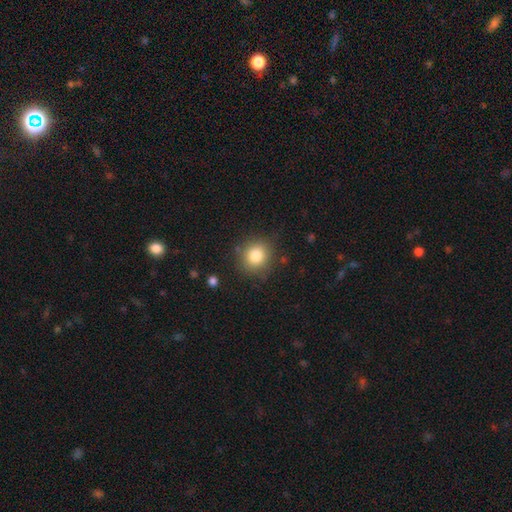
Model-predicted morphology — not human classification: Smooth or featured?
  - smooth: 81% *
  - star or artifact: 11%
  - featured or disk: 8%
How rounded?
  - round: 86% *
  - in between: 14%
  - cigar-shaped: 1%
Merging?
  - none: 84% *
  - minor disturbance: 10%
  - major disturbance: 3%
  - merger: 2%